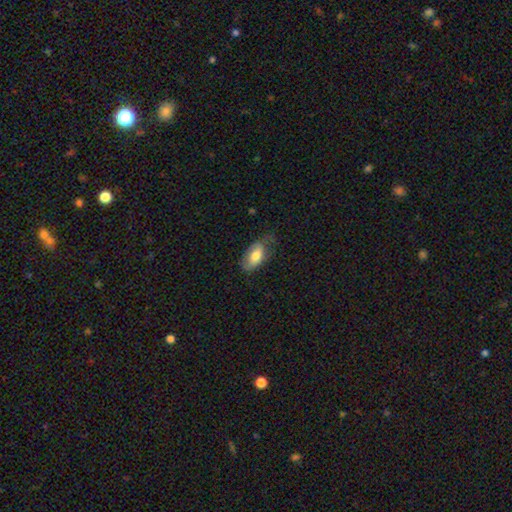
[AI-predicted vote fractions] This is likely a smooth galaxy (71%). How rounded: clearly in between (91%). Merging: possibly none (51%).